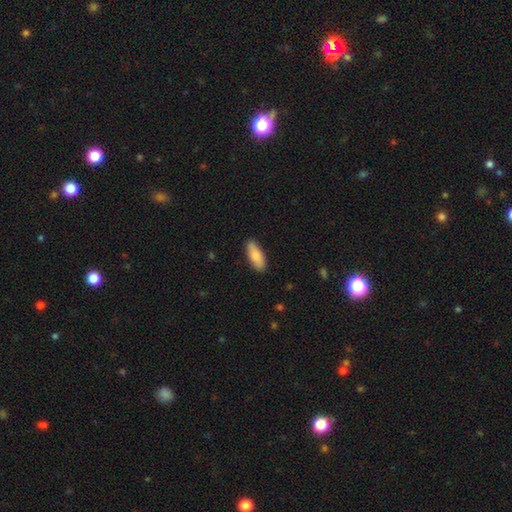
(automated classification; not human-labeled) smooth 85%, featured or disk 9%, star or artifact 5%. Down the decision tree: how rounded — in between (73%); merging — none (86%).